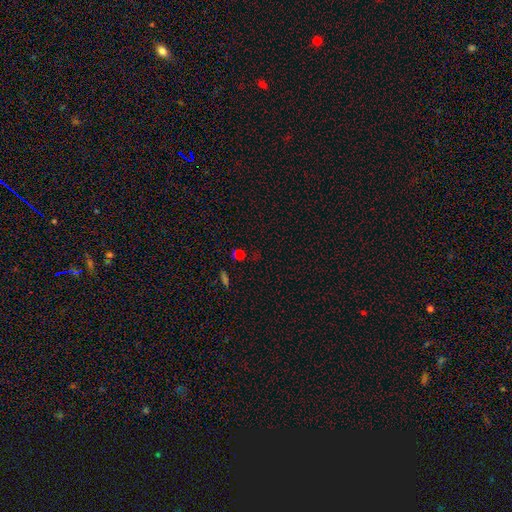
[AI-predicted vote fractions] smooth_or_featured: smooth (p=0.52) [alt: star or artifact p=0.39]
how_rounded: round (p=0.68) [alt: in between p=0.28]
merging: none (p=0.68) [alt: minor disturbance p=0.14]